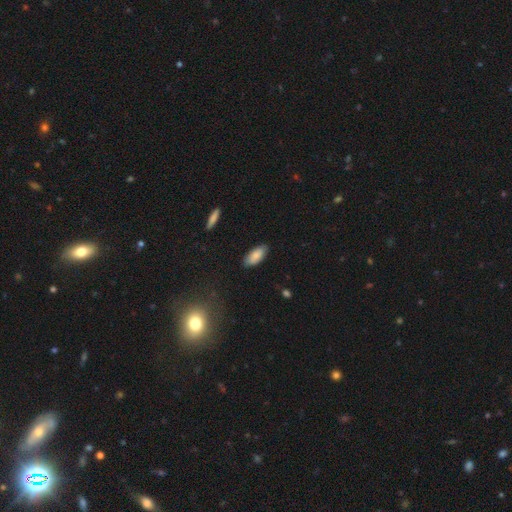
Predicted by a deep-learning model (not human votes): smooth 85%, featured or disk 9%, star or artifact 6%. Down the decision tree: how rounded — in between (87%); merging — none (85%).